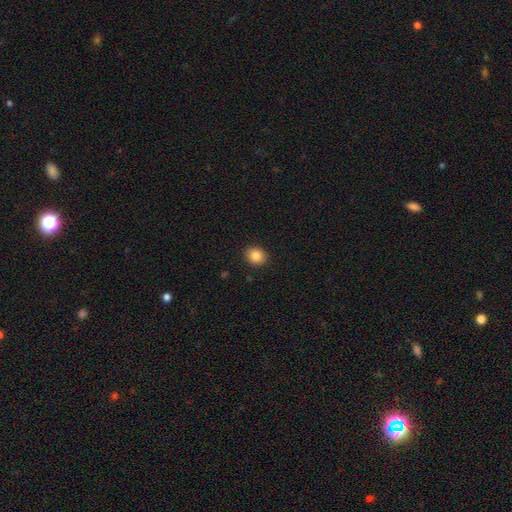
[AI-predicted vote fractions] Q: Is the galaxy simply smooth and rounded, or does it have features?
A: smooth — 85%.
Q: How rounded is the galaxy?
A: round — 79%.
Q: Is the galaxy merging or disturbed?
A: none — 91%.